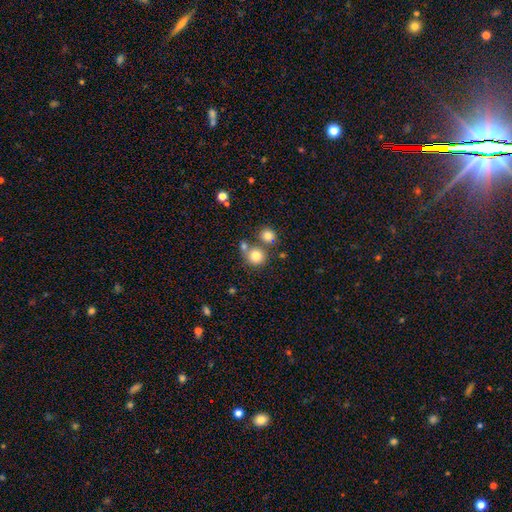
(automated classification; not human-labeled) Q: Smooth or featured?
A: smooth (78%); runner-up: star or artifact (12%)
Q: How rounded?
A: round (90%); runner-up: in between (9%)
Q: Merging?
A: none (62%); runner-up: merger (25%)